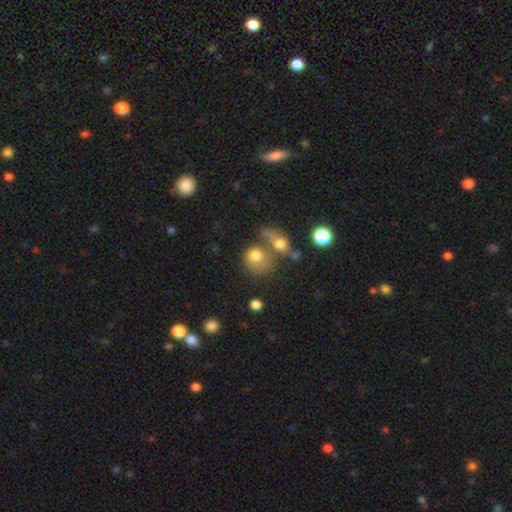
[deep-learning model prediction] Overall: smooth (74%). How rounded: round (68%; in between 30%). Merging: merger (43%; none 34%).